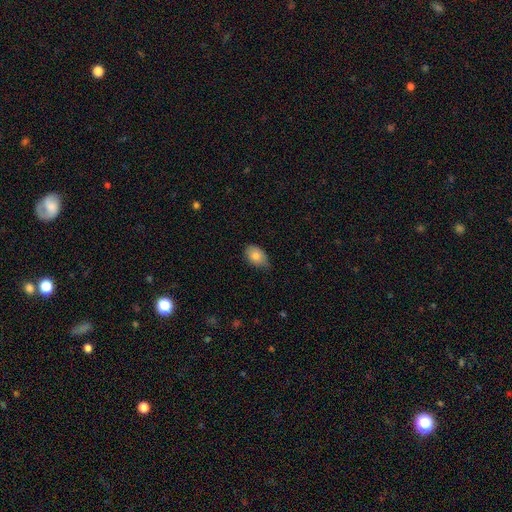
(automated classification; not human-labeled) Smooth or featured? Predicted: smooth (p=0.81). How rounded? Predicted: in between (p=0.84). Merging? Predicted: none (p=0.62).